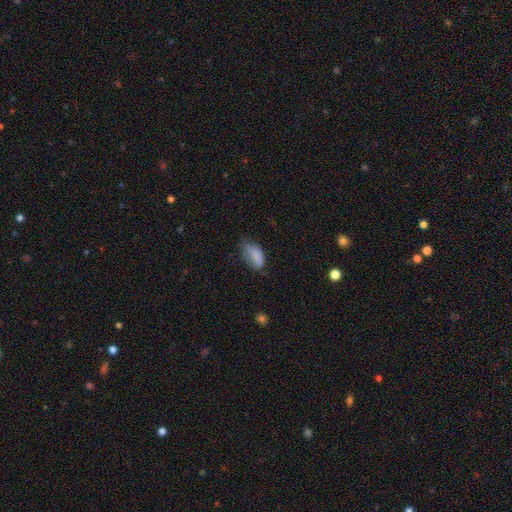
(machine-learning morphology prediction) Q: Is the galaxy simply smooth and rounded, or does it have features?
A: smooth — 77%.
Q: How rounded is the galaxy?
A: in between — 90%.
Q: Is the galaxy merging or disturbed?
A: minor disturbance — 40%.